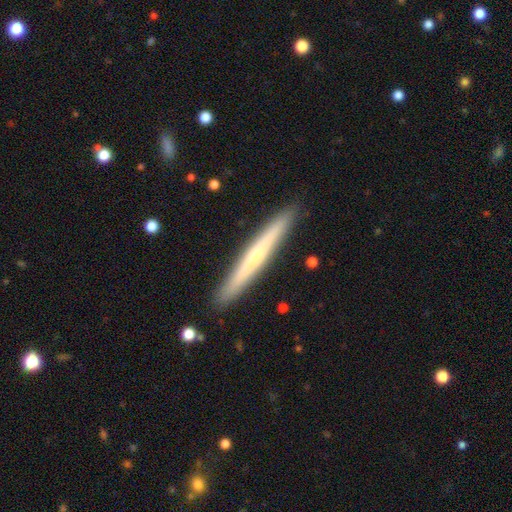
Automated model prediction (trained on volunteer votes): featured or disk 48%, smooth 47%, star or artifact 6%. Down the decision tree: merging — none (91%).